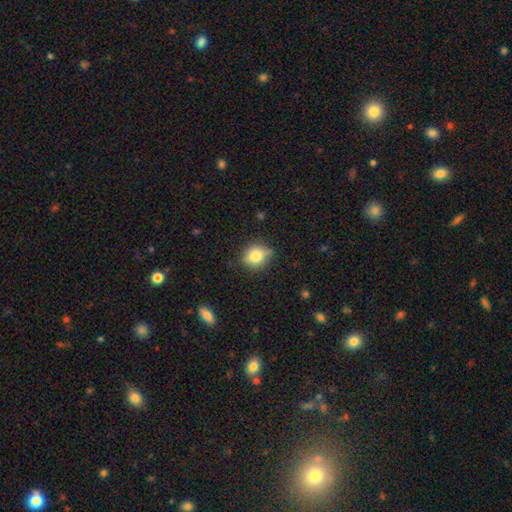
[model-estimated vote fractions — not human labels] Overall: smooth (75%). How rounded: round (64%; in between 34%). Merging: none (68%).